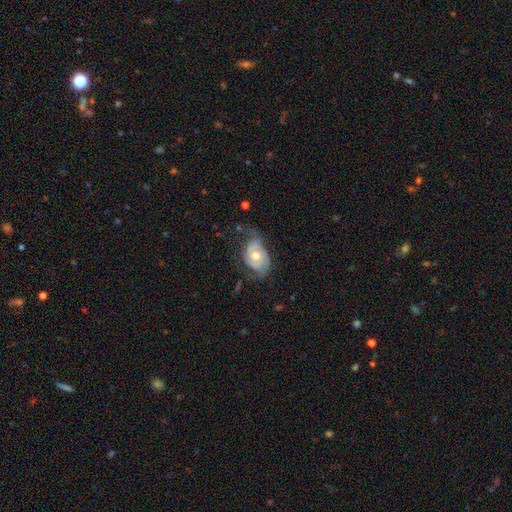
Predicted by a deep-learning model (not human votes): Smooth or featured? Predicted: featured or disk (p=0.73). Edge-on disk? Predicted: no (p=0.96). Bar? Predicted: no (p=0.75). Spiral arms? Predicted: yes (p=0.87). Spiral winding? Predicted: tight (p=0.50). Spiral arm count? Predicted: 2 (p=0.59). Bulge size? Predicted: moderate (p=0.70). Merging? Predicted: none (p=0.51).